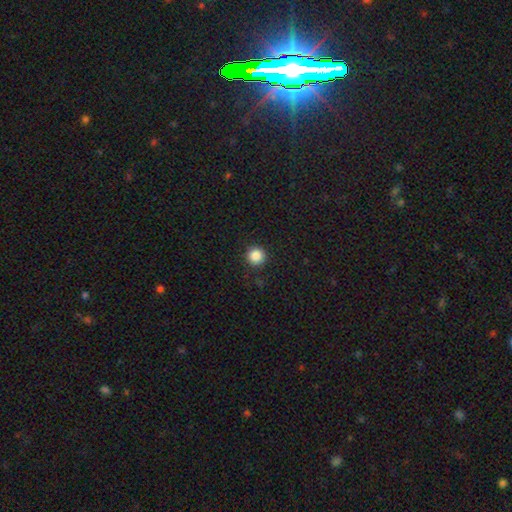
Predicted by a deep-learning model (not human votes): This is clearly a smooth galaxy (86%). How rounded: clearly round (95%). Merging: clearly none (92%).